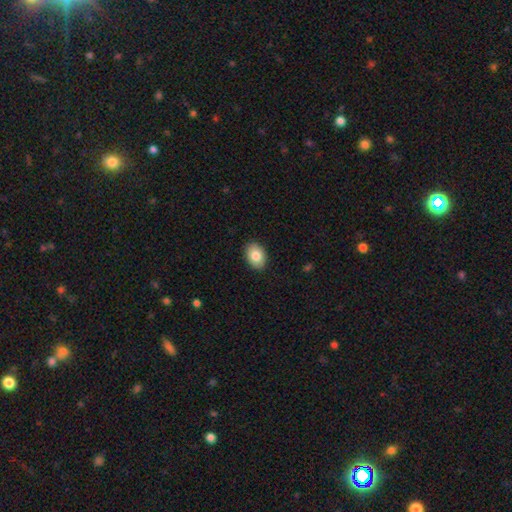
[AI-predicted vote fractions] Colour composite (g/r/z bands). It shows a smooth galaxy with no disk features (84%) that is in between round and cigar-shaped (82%). Merging: none (90%).